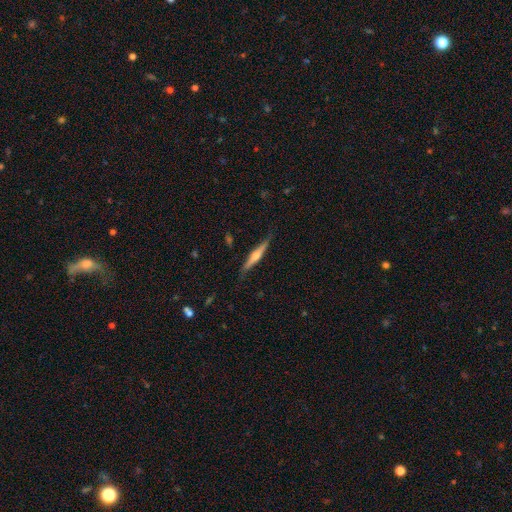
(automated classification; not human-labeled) featured or disk 64%, smooth 30%, star or artifact 5%. Down the decision tree: edge-on disk — yes (97%); edge-on bulge — rounded (83%); merging — none (82%).